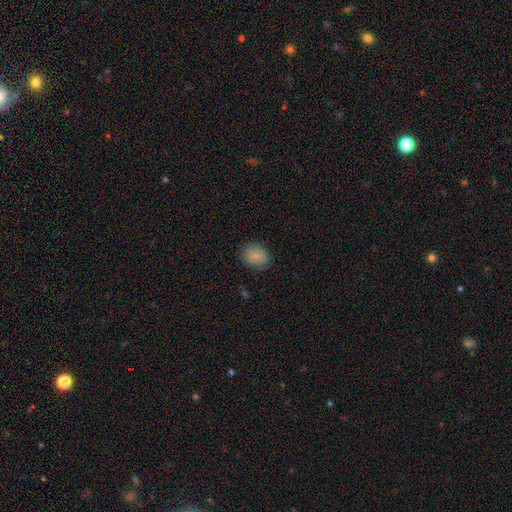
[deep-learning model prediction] Overall: smooth (83%). How rounded: round (59%; in between 40%). Merging: none (85%).